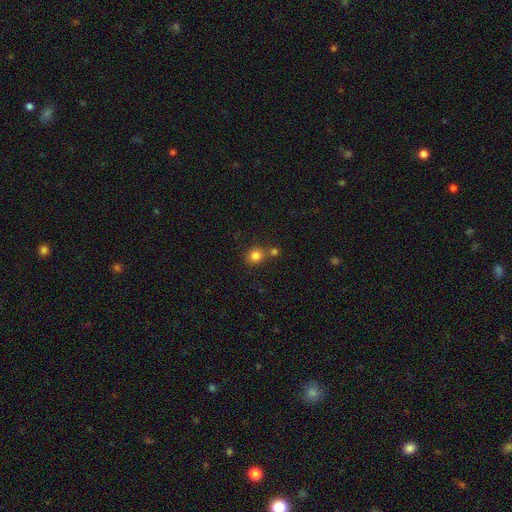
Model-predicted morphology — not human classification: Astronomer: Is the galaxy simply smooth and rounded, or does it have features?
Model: smooth — 82%.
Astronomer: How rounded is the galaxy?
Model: round — 84%.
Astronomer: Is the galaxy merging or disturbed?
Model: none — 64%.